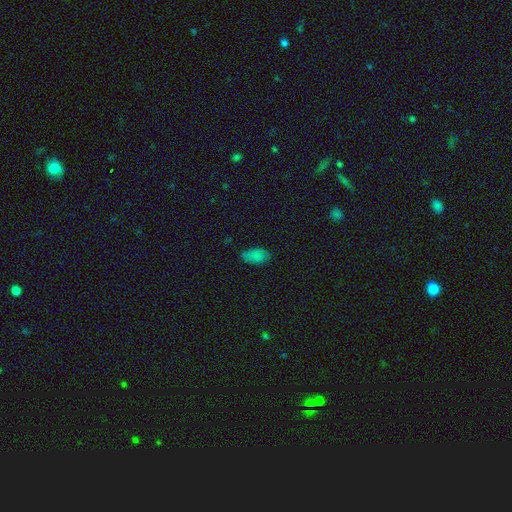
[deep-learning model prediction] smooth 77%, star or artifact 15%, featured or disk 8%. Down the decision tree: how rounded — in between (94%); merging — none (73%).